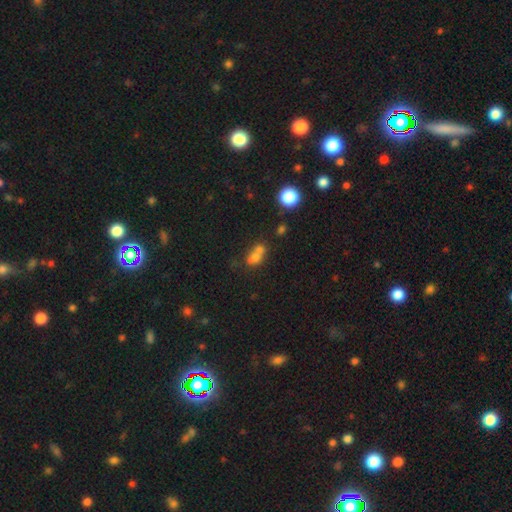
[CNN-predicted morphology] This appears to be a smooth galaxy with no disk features (66%) that is in between round and cigar-shaped (51%). Merging: merger (60%).